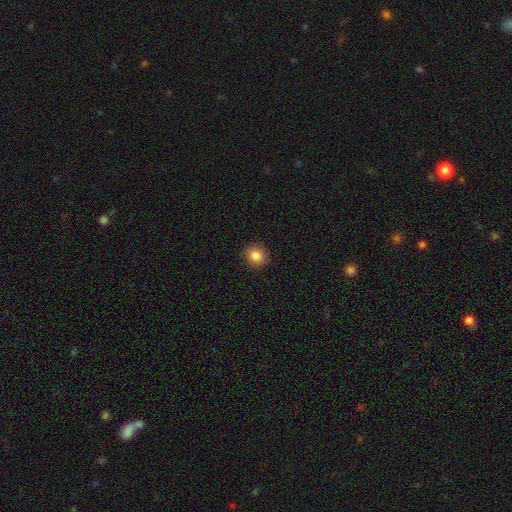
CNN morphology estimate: smooth_or_featured: smooth (p=0.86) [alt: star or artifact p=0.10]
how_rounded: round (p=0.81) [alt: in between p=0.18]
merging: none (p=0.91) [alt: minor disturbance p=0.06]